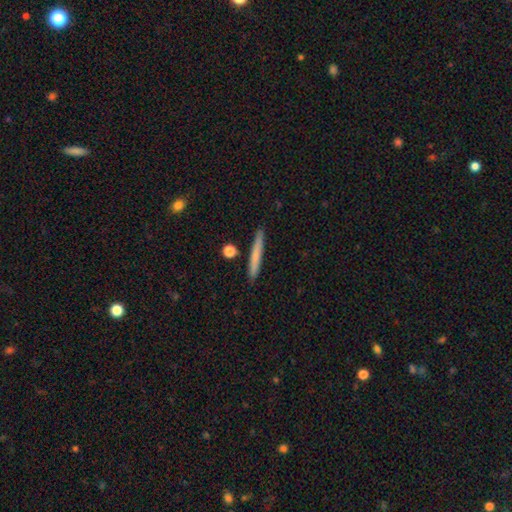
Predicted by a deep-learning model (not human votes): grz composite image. It shows a smooth galaxy with no disk features (69%) that is cigar-shaped (96%). Merging: none (90%).